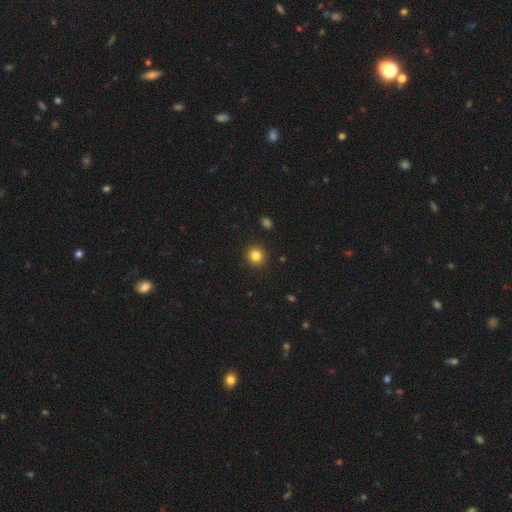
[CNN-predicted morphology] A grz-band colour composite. It shows a smooth galaxy with no disk features (83%) that is round (92%). Merging: none (92%).